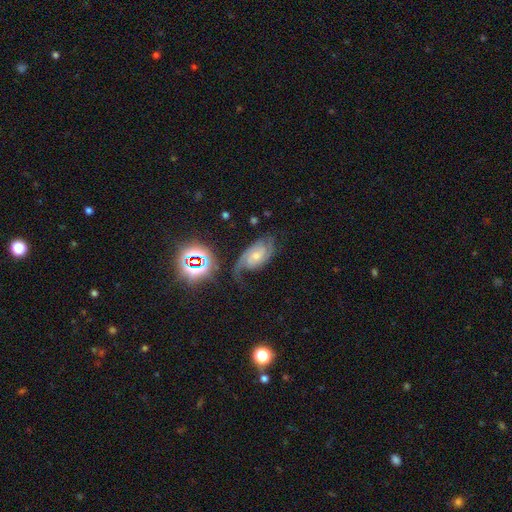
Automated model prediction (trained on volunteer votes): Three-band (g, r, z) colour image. It shows a featured or disk galaxy (72%) with no bar (63%), 2 (62%) medium (43%) spiral arms (95%) and a small central bulge (50%). Merging: none (62%).